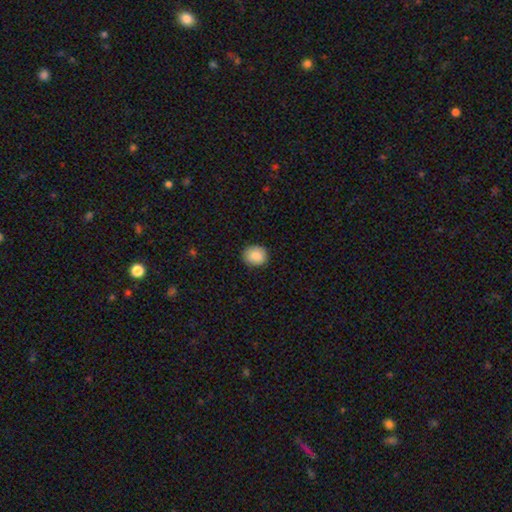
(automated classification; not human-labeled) A smooth galaxy with no disk features (87%) that is round (72%). Merging: none (89%).